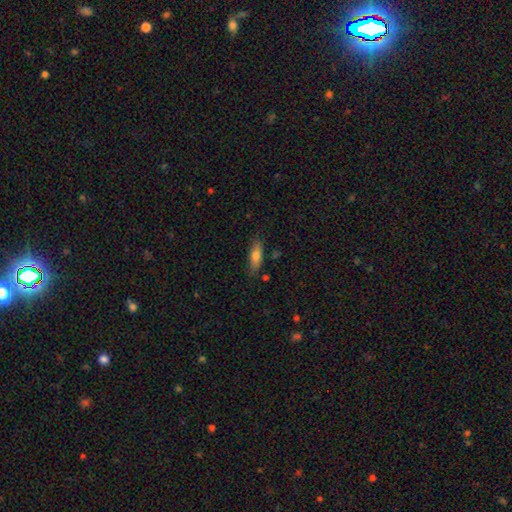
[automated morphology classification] Smooth or featured? Predicted: smooth (p=0.73). How rounded? Predicted: in between (p=0.53). Merging? Predicted: none (p=0.81).